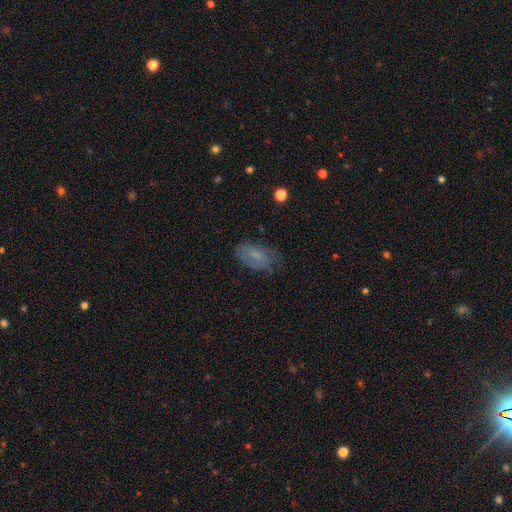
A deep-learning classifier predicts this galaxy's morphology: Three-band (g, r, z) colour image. It shows a smooth galaxy with no disk features (60%) that is in between round and cigar-shaped (90%). Merging: none (64%).